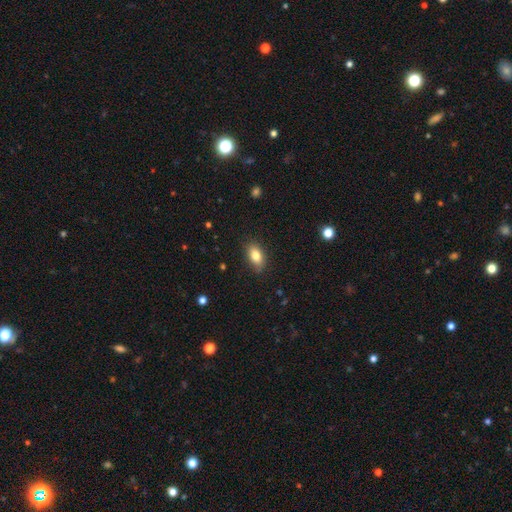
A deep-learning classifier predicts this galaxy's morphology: smooth-or-featured: smooth: 82% | featured or disk: 10% | star or artifact: 8%
  how-rounded: in between: 88% | round: 7% | cigar-shaped: 4%
  merging: none: 83% | minor disturbance: 13% | major disturbance: 3% | merger: 1%